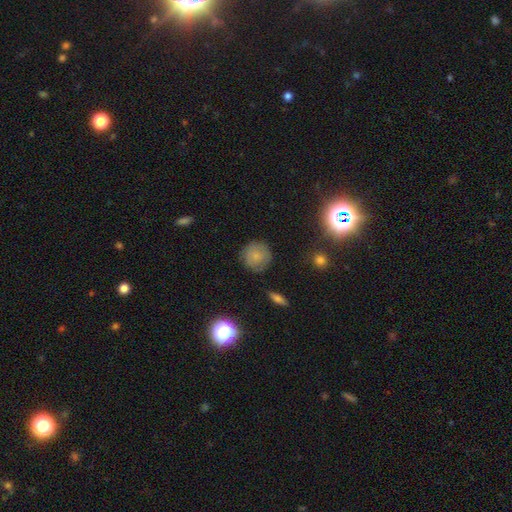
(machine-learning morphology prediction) smooth-or-featured: smooth: 76% | featured or disk: 13% | star or artifact: 10%
  how-rounded: round: 93% | in between: 6% | cigar-shaped: 1%
  merging: none: 82% | minor disturbance: 13% | major disturbance: 3% | merger: 2%